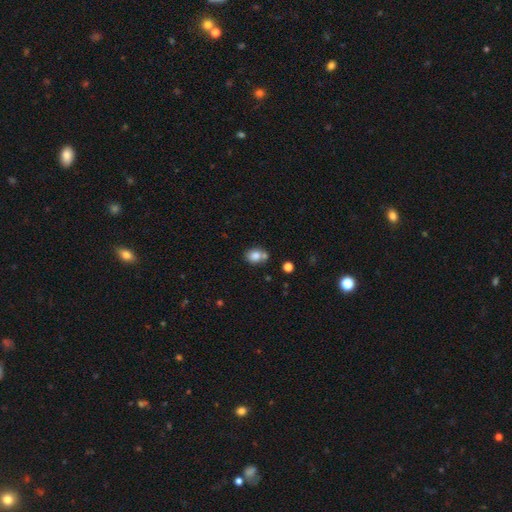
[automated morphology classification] smooth-or-featured: smooth: 81% | star or artifact: 10% | featured or disk: 9%
  how-rounded: round: 53% | in between: 46% | cigar-shaped: 1%
  merging: none: 51% | merger: 29% | minor disturbance: 15% | major disturbance: 5%